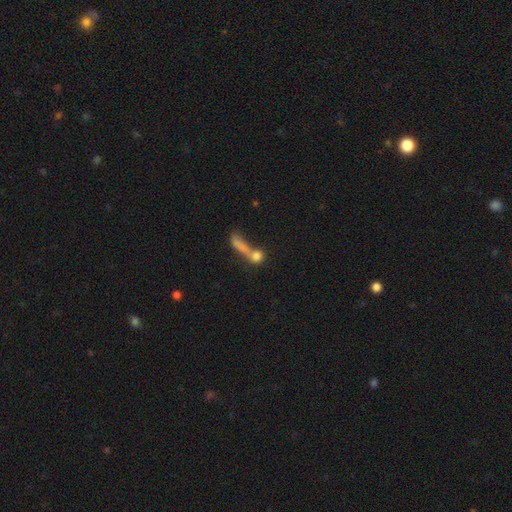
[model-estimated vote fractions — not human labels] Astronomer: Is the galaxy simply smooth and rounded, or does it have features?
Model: smooth — 70%.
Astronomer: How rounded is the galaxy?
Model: round — 50% (runner-up: in between, 26%).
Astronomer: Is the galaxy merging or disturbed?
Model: merger — 48% (runner-up: none, 29%).